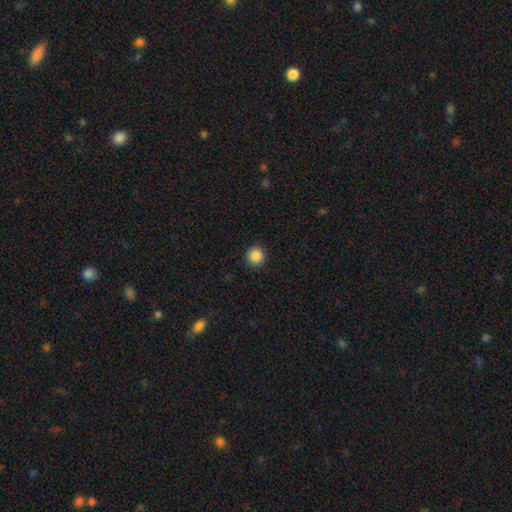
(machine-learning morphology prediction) Smooth or featured? smooth (88%)
How rounded? round (93%)
Merging? none (92%)